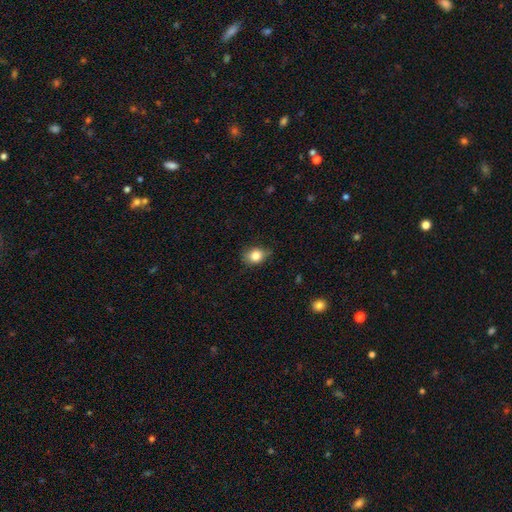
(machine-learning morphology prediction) Q: Smooth or featured?
A: smooth (81%); runner-up: star or artifact (10%)
Q: How rounded?
A: round (51%); runner-up: in between (47%)
Q: Merging?
A: none (69%); runner-up: minor disturbance (25%)